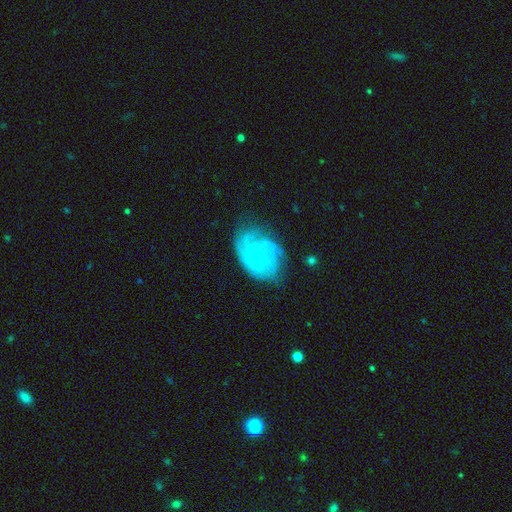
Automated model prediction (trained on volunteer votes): This is clearly a featured or disk galaxy (81%). It is clearly not viewed edge-on (97%). Bar: likely no (71%). Spiral arm pattern: clearly yes (91%). Spiral arm count: marginally can't tell (34%). Spiral winding: likely tight (62%). Central bulge: likely small (76%). Merging: possibly none (58%).